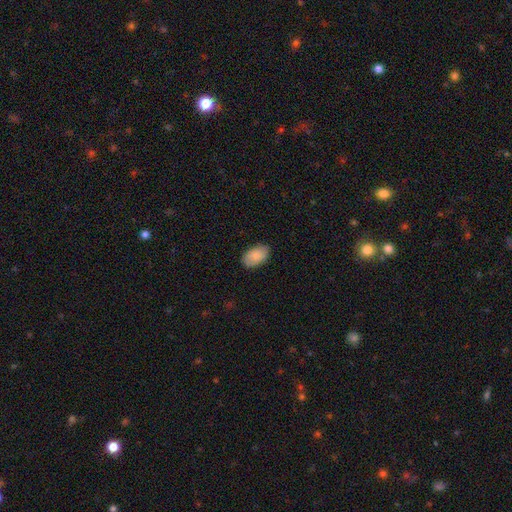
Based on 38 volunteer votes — A smooth galaxy with no disk features (82%) that is in between round and cigar-shaped (94%).

Vote fractions:
- Smooth or featured? smooth: 82% / star or artifact: 11% / featured or disk: 8%
- How rounded? in between: 94% / round: 6% / cigar-shaped: 0%
- Merging? none: 88% / minor disturbance: 9% / major disturbance: 3% / merger: 0%